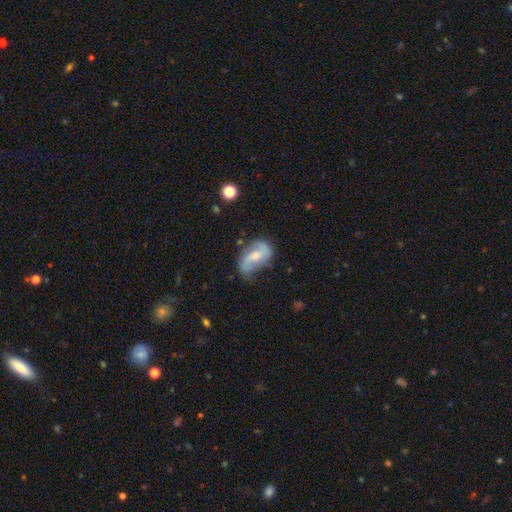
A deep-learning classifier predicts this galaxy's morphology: featured or disk 76%, smooth 18%, star or artifact 6%. Down the decision tree: edge-on disk — no (96%); bar — no (42%); spiral arms — yes (92%); spiral arm count — 2 (88%); spiral winding — loose (61%); bulge size — moderate (48%); merging — none (61%).